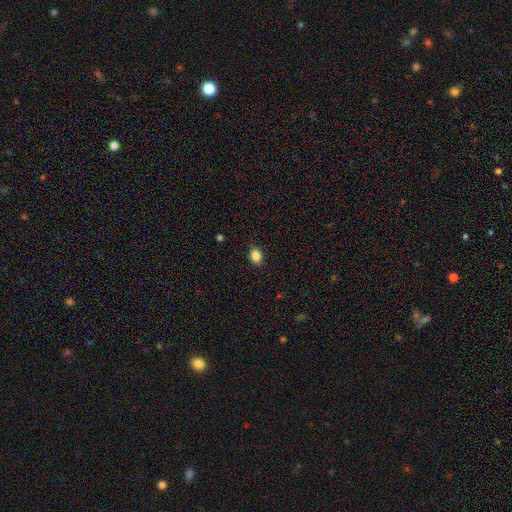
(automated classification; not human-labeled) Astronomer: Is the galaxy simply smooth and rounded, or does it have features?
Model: smooth — 86%.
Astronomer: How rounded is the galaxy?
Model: in between — 65%.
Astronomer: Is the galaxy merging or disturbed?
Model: none — 89%.